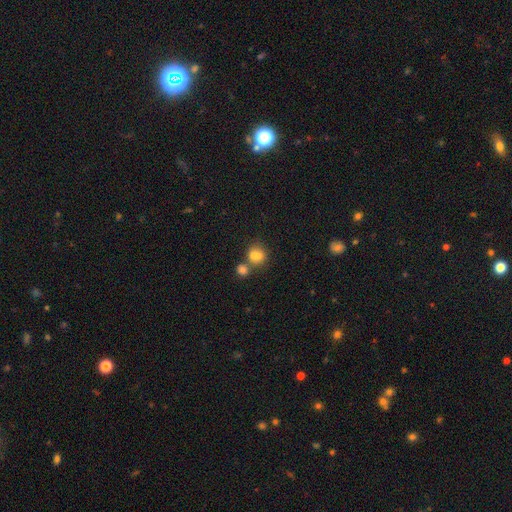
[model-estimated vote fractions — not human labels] The model was most divided on "merging": merger: 52%, none: 35%, minor disturbance: 9%, major disturbance: 4%. More confident: smooth or featured — smooth (75%); how rounded — round (66%).